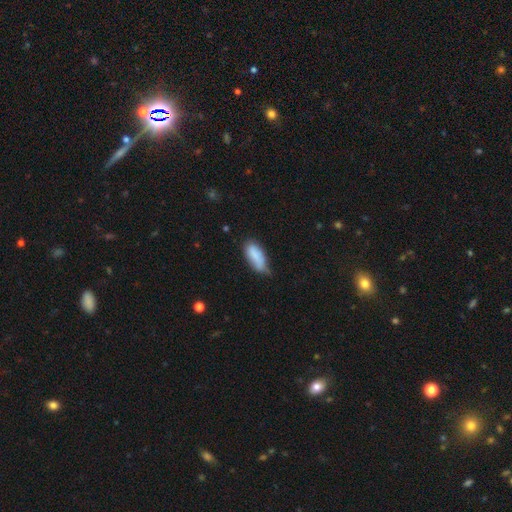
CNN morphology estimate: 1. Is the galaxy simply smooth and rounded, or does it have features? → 84% smooth, 9% featured or disk, 7% star or artifact.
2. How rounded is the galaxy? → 82% in between, 16% cigar-shaped, 2% round.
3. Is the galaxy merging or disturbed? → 44% minor disturbance, 42% none, 10% major disturbance, 3% merger.